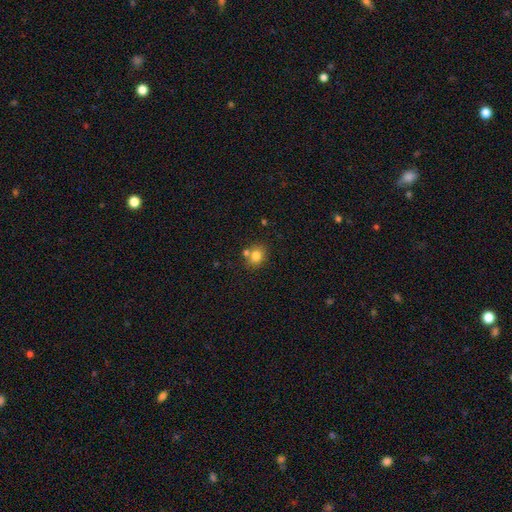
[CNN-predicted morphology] Smooth or featured?
  - smooth: 79% *
  - star or artifact: 11%
  - featured or disk: 10%
How rounded?
  - round: 68% *
  - in between: 31%
  - cigar-shaped: 1%
Merging?
  - none: 64% *
  - merger: 22%
  - minor disturbance: 11%
  - major disturbance: 3%